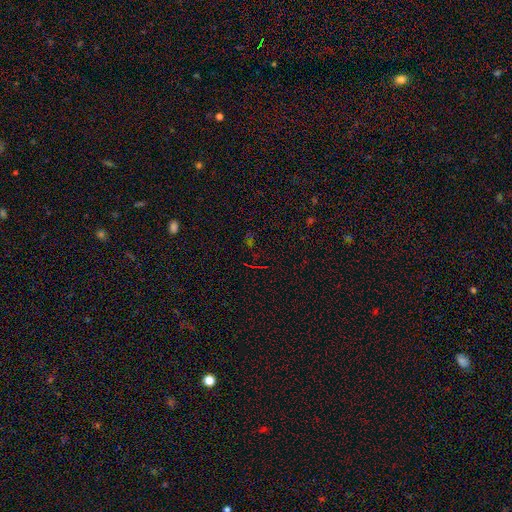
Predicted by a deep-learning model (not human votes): The model was most divided on "smooth or featured": star or artifact: 66%, smooth: 23%, featured or disk: 11%.